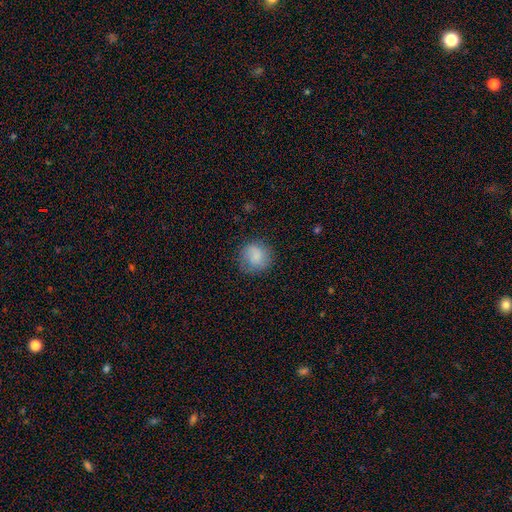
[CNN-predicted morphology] Q: Smooth or featured?
A: smooth (80%); runner-up: featured or disk (12%)
Q: How rounded?
A: round (89%); runner-up: in between (10%)
Q: Merging?
A: none (77%); runner-up: minor disturbance (16%)